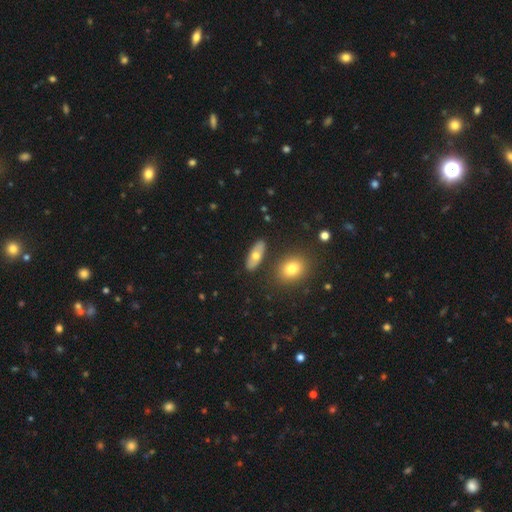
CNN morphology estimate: smooth 61%, featured or disk 32%, star or artifact 7%. Down the decision tree: how rounded — in between (78%); merging — none (84%).